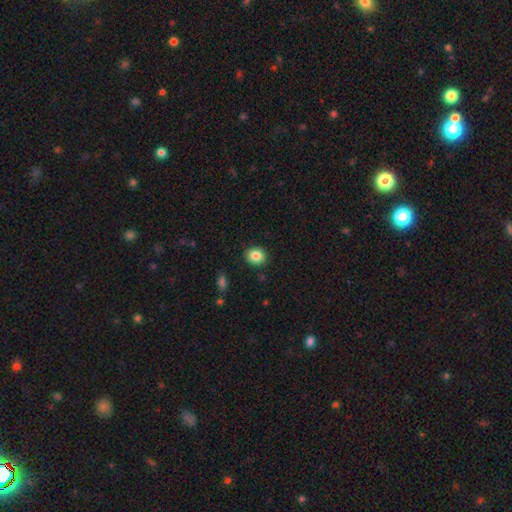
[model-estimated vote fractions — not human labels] This appears to be a smooth galaxy with no disk features (86%) that is round (72%). Merging: none (89%).